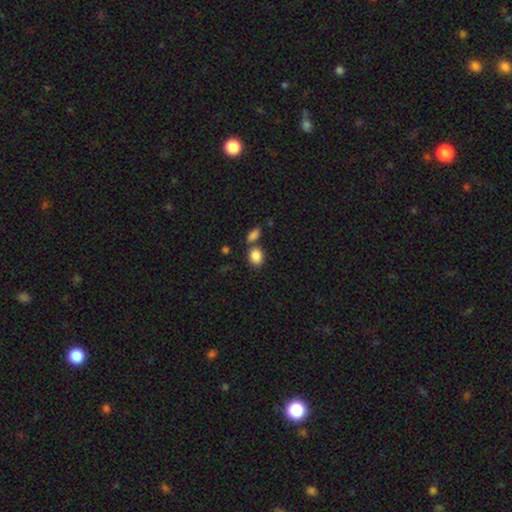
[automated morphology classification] Overall: smooth (87%). How rounded: in between (61%; round 37%). Merging: none (60%; merger 25%).